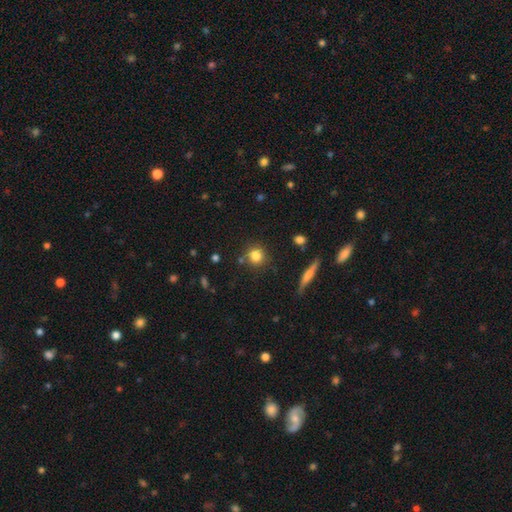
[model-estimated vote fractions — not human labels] A smooth galaxy with no disk features (80%) that is round (90%). Merging: none (82%).